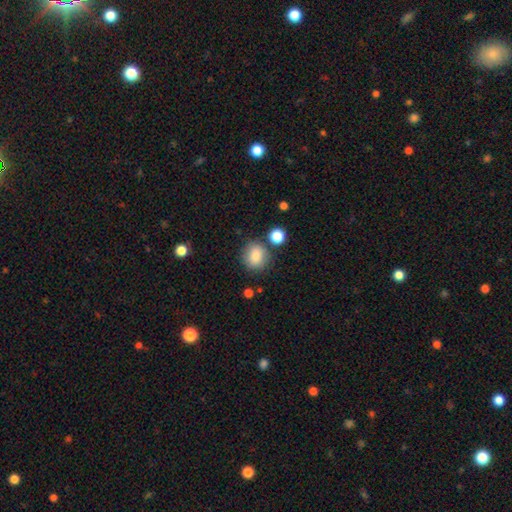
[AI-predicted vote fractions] This appears to be a smooth galaxy with no disk features (83%) that is round (83%). Merging: none (79%).